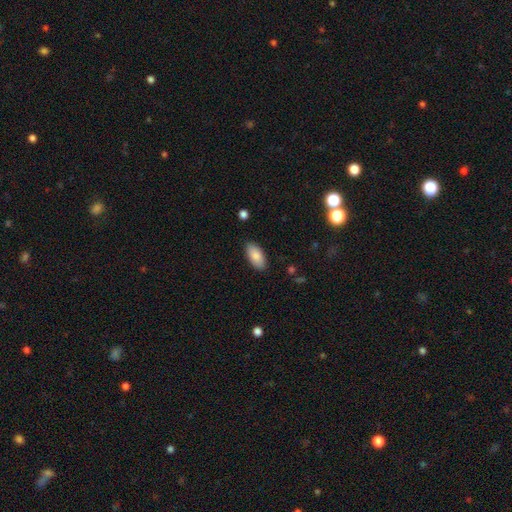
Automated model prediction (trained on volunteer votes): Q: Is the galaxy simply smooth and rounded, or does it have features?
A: smooth — 85%.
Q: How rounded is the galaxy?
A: in between — 93%.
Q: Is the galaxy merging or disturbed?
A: none — 87%.